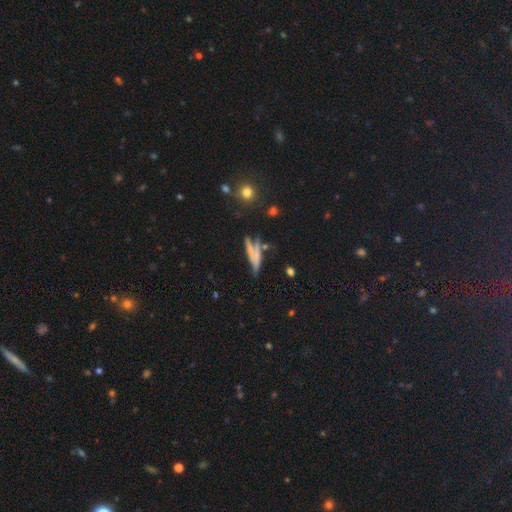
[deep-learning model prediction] This appears to be a smooth galaxy with no disk features (54%) that is cigar-shaped (75%). Merging: none (45%).